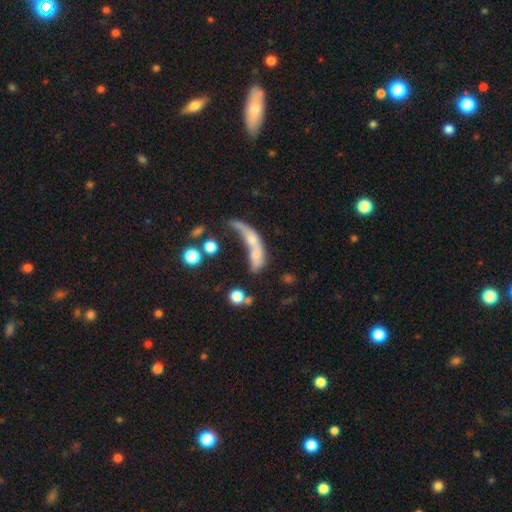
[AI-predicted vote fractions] smooth-or-featured: smooth: 51% | featured or disk: 37% | star or artifact: 12%
  how-rounded: in between: 49% | cigar-shaped: 40% | round: 11%
  merging: merger: 63% | major disturbance: 19% | none: 11% | minor disturbance: 7%